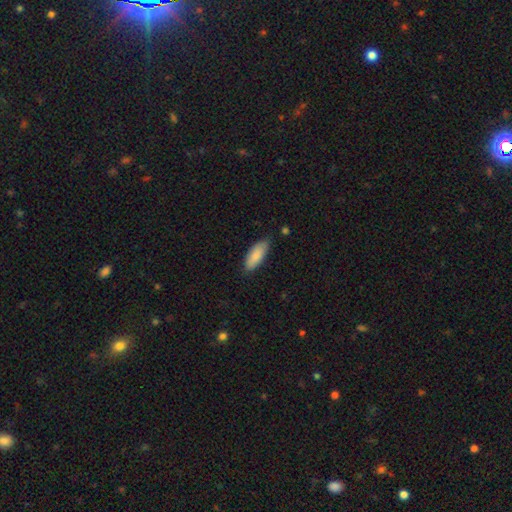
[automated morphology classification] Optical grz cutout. It shows a smooth galaxy with no disk features (86%) that is in between round and cigar-shaped (75%). Merging: none (77%).